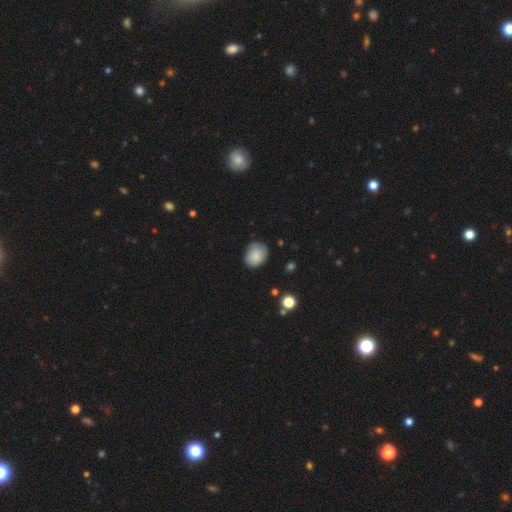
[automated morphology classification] type=smooth (84%); roundness=round (50%); merging=none (71%).